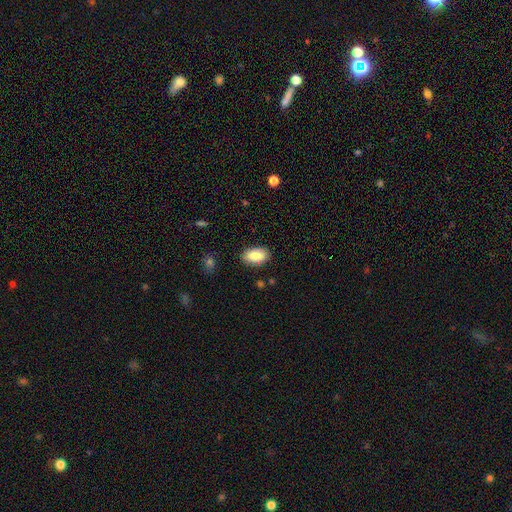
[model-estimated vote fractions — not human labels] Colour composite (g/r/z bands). It shows a smooth galaxy with no disk features (85%) that is in between round and cigar-shaped (93%). Merging: none (86%).